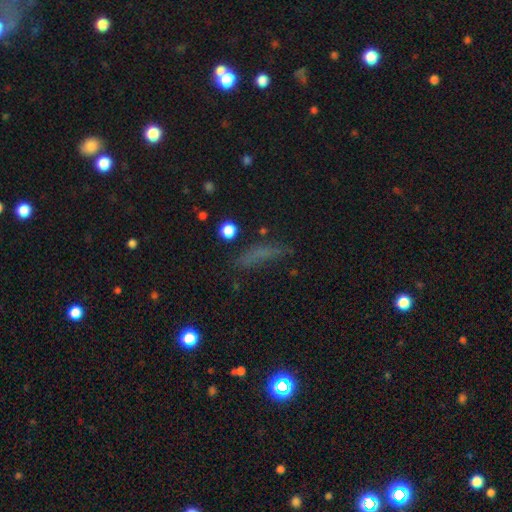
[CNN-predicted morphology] A smooth galaxy with no disk features (60%) that is cigar-shaped (70%).

Vote fractions:
- Smooth or featured? smooth: 60% / star or artifact: 22% / featured or disk: 18%
- How rounded? cigar-shaped: 70% / in between: 24% / round: 6%
- Merging? none: 63% / minor disturbance: 21% / major disturbance: 13% / merger: 4%